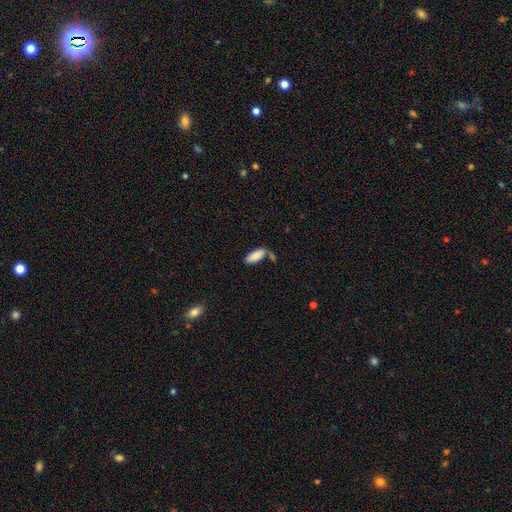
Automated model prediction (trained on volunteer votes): The model was most divided on "merging": none: 61%, minor disturbance: 17%, merger: 16%, major disturbance: 5%. More confident: smooth or featured — smooth (86%); how rounded — in between (82%).